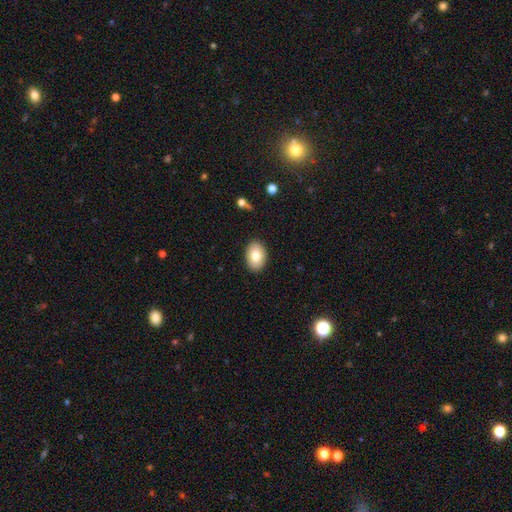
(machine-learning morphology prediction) This appears to be a smooth galaxy with no disk features (79%) that is in between round and cigar-shaped (85%). Merging: none (90%).